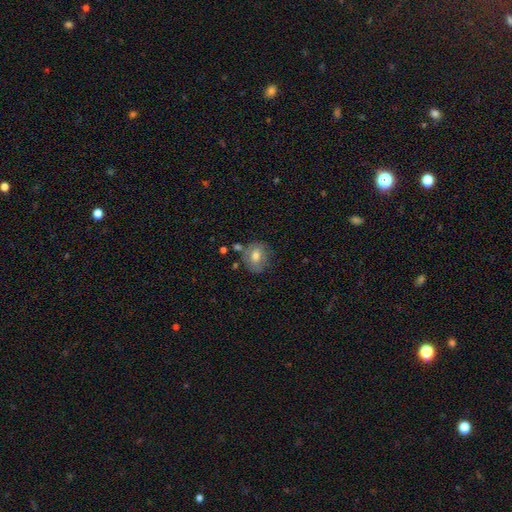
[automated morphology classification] smooth-or-featured: smooth: 62% | featured or disk: 29% | star or artifact: 9%
  how-rounded: round: 61% | in between: 38% | cigar-shaped: 1%
  merging: none: 65% | minor disturbance: 21% | merger: 7% | major disturbance: 6%